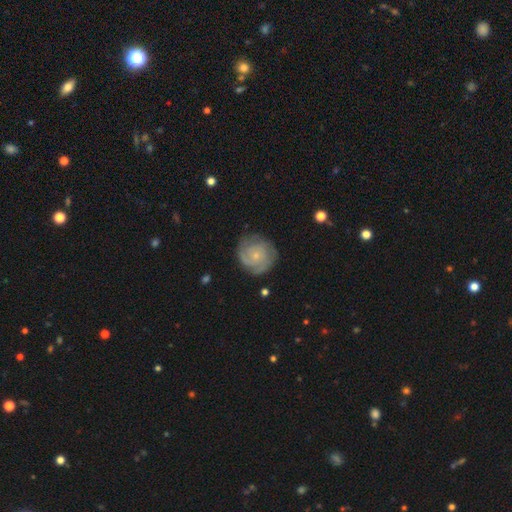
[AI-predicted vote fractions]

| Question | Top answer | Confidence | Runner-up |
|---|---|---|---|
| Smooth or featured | featured or disk | 73% | smooth (21%) |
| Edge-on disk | no | 98% | yes (2%) |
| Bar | no | 79% | weak (18%) |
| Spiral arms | yes | 92% | no (8%) |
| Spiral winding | tight | 65% | medium (28%) |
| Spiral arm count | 2 | 31% | can't tell (29%) |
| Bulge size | small | 78% | moderate (16%) |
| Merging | none | 76% | minor disturbance (17%) |